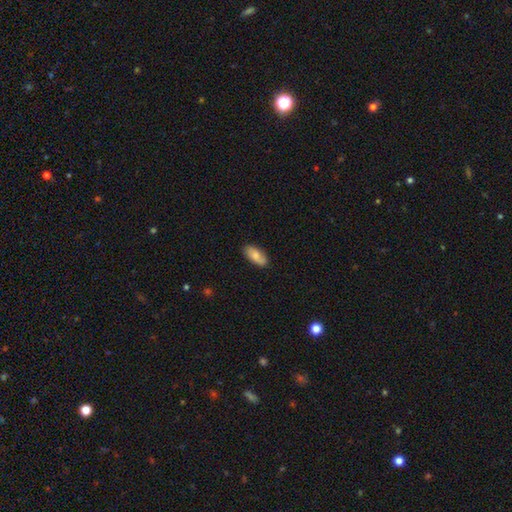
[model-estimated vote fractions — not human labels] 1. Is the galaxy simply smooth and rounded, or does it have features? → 79% smooth, 15% featured or disk, 6% star or artifact.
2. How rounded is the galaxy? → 90% in between, 8% cigar-shaped, 2% round.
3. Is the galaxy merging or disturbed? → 83% none, 13% minor disturbance, 2% major disturbance, 1% merger.